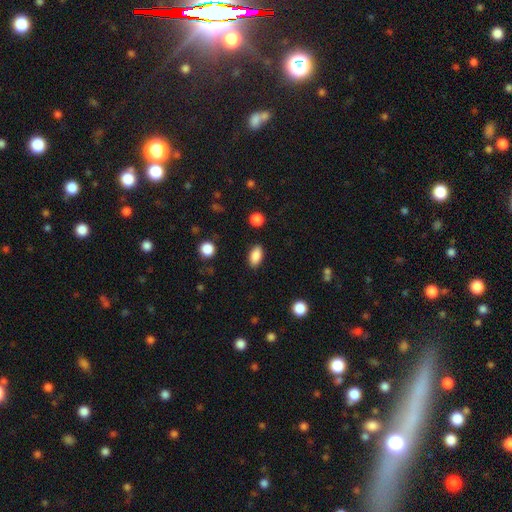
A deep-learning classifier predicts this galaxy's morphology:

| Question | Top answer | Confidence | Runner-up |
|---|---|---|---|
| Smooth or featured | smooth | 88% | star or artifact (8%) |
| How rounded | in between | 90% | round (5%) |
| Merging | none | 87% | minor disturbance (9%) |